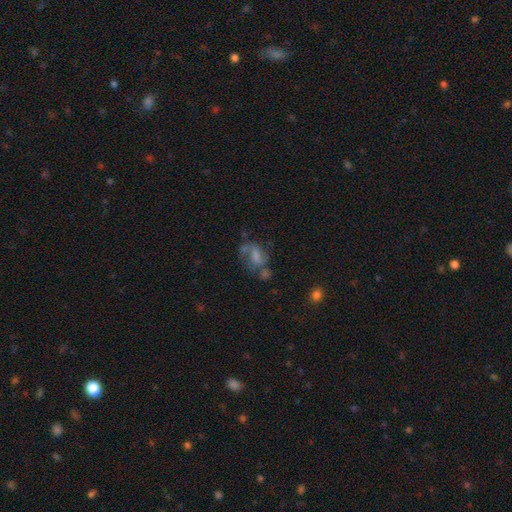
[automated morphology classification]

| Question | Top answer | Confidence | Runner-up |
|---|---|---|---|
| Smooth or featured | smooth | 46% | featured or disk (41%) |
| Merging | none | 33% | major disturbance (26%) |